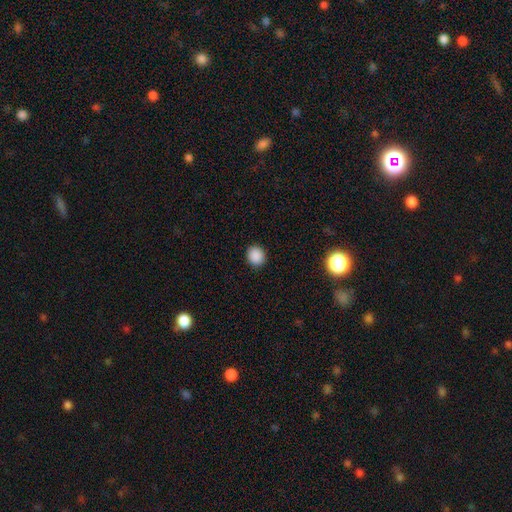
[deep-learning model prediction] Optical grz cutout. It shows a smooth galaxy with no disk features (88%) that is round (79%). Merging: none (92%).